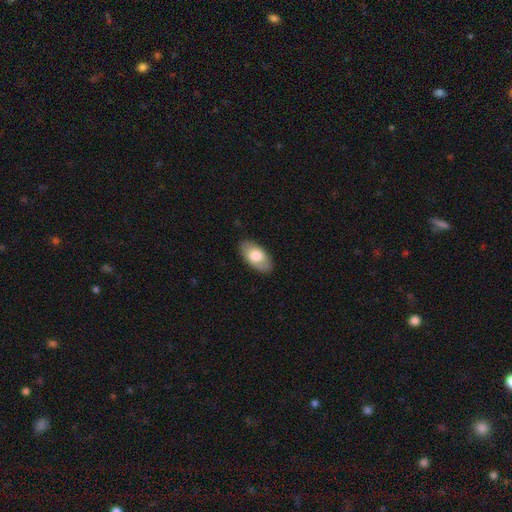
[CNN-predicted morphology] type=smooth (70%); roundness=in between (94%); merging=none (85%).